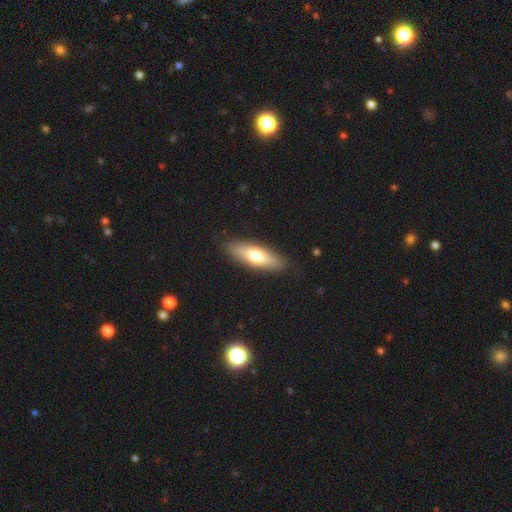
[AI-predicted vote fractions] The model was most divided on "how rounded": in between: 55%, cigar-shaped: 43%, round: 2%. More confident: merging — none (89%); smooth or featured — smooth (68%).